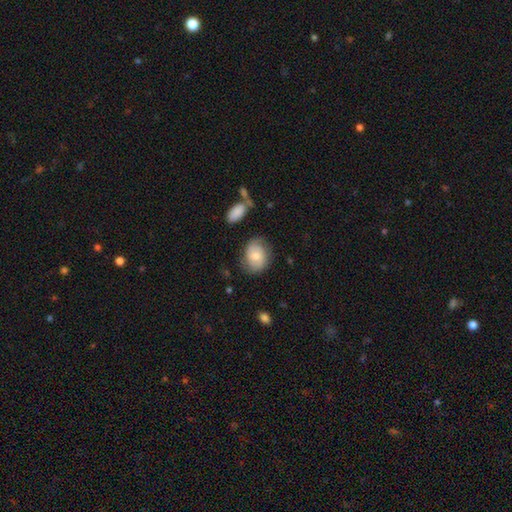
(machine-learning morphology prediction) Smooth or featured?
  - smooth: 60% *
  - featured or disk: 33%
  - star or artifact: 7%
How rounded?
  - in between: 59% *
  - round: 40%
  - cigar-shaped: 1%
Merging?
  - none: 68% *
  - minor disturbance: 22%
  - major disturbance: 8%
  - merger: 2%